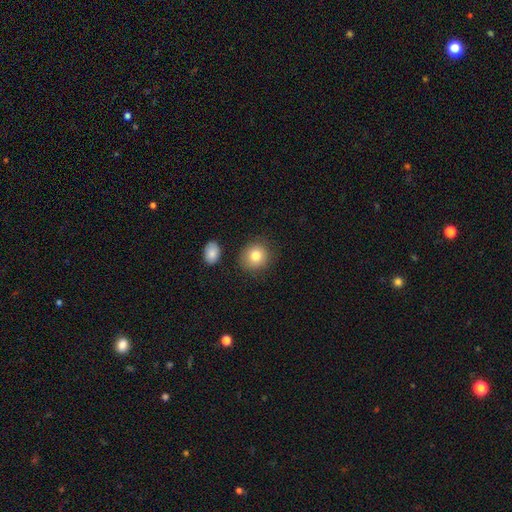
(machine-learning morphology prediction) smooth 81%, featured or disk 10%, star or artifact 9%. Down the decision tree: how rounded — round (83%); merging — none (83%).